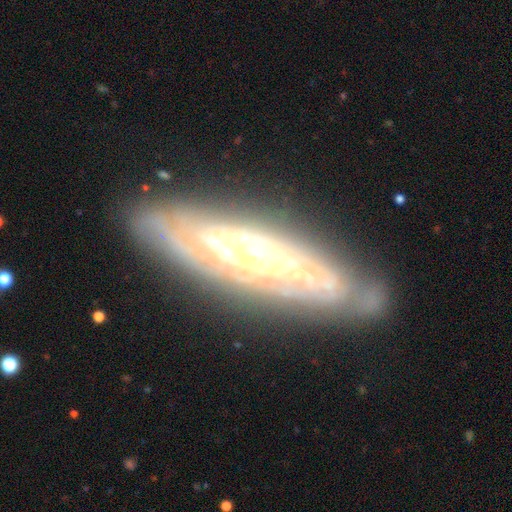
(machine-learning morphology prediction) featured or disk 84%, smooth 11%, star or artifact 6%. Down the decision tree: edge-on disk — no (69%); bar — no (70%); spiral arms — yes (81%); bulge size — moderate (54%); merging — none (78%).